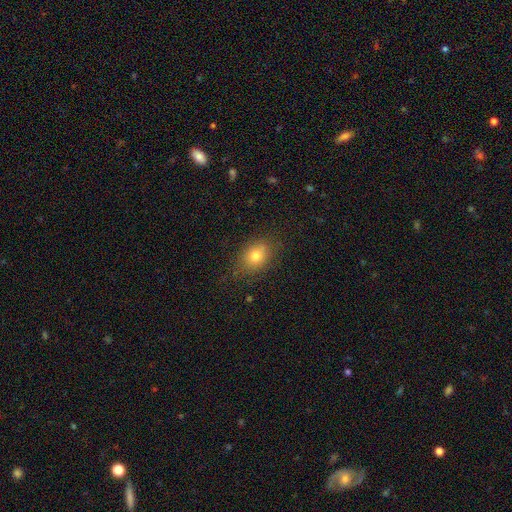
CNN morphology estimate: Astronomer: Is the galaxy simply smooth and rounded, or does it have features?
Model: smooth — 78%.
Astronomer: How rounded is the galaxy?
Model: in between — 68%.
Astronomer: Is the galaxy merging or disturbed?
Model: none — 80%.